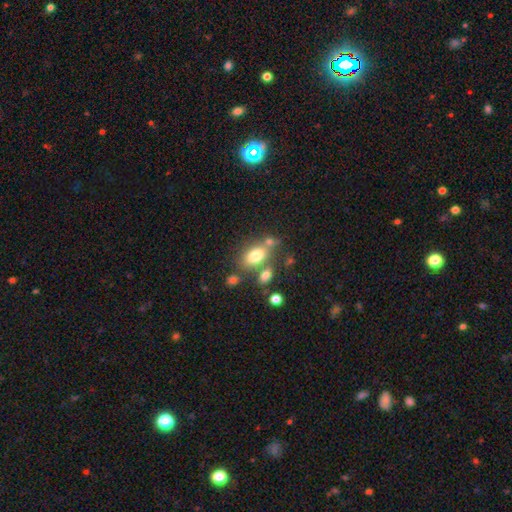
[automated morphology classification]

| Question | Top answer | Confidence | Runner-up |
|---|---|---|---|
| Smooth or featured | smooth | 78% | featured or disk (13%) |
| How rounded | in between | 86% | round (10%) |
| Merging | none | 55% | merger (25%) |